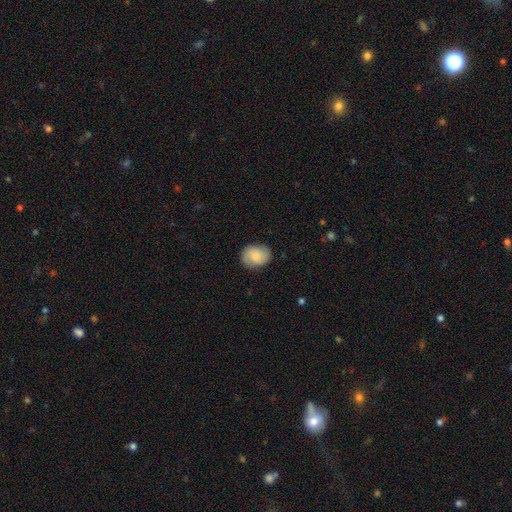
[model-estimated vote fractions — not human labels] Overall: smooth (71%). How rounded: in between (51%; round 48%). Merging: none (82%).